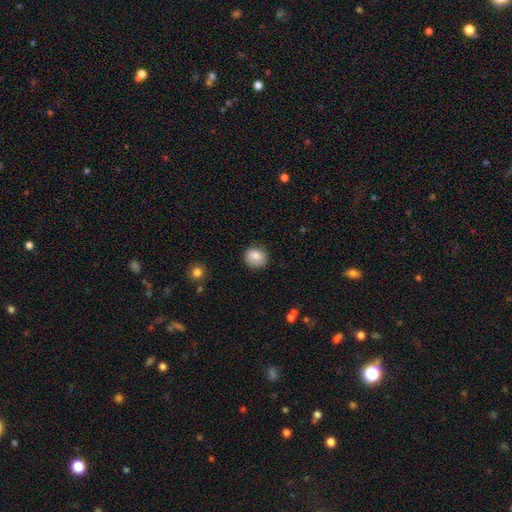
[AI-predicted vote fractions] This appears to be a smooth galaxy with no disk features (83%) that is round (82%). Merging: none (84%).